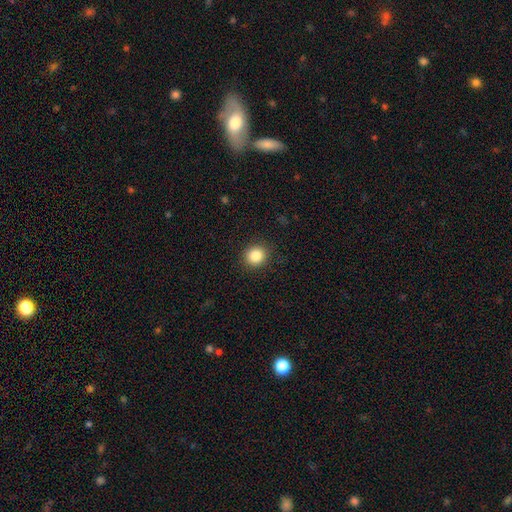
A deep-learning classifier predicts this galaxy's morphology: Smooth or featured? Predicted: smooth (p=0.85). How rounded? Predicted: round (p=0.85). Merging? Predicted: none (p=0.91).